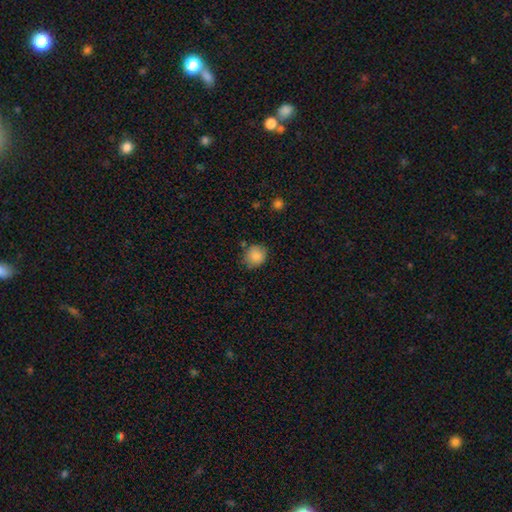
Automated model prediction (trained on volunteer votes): Morphology: type=smooth (86%); roundness=round (74%); merging=none (75%).